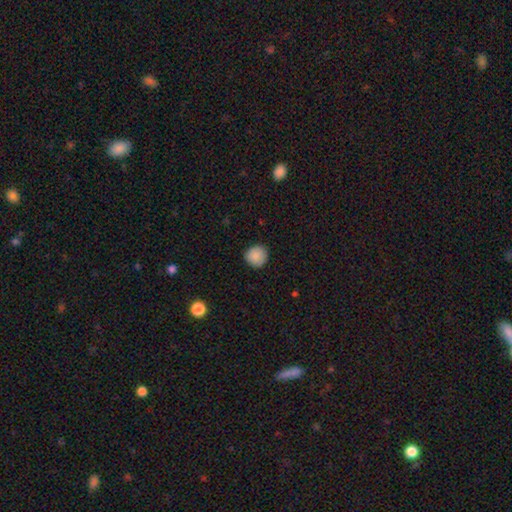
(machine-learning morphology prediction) A smooth galaxy with no disk features (88%) that is round (94%). Merging: none (89%).